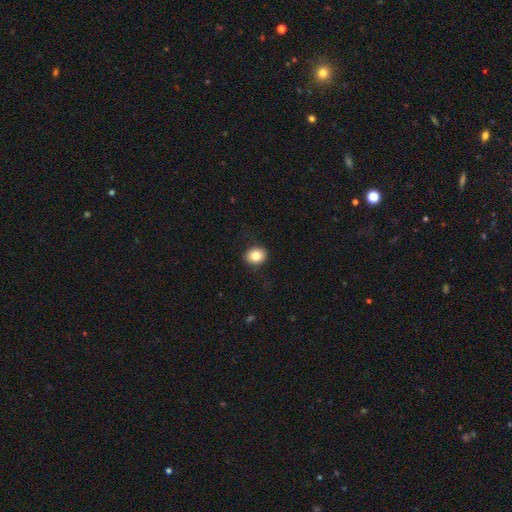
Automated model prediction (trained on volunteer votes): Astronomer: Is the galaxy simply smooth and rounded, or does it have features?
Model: smooth — 83%.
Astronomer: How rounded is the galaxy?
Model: round — 60% (runner-up: in between, 39%).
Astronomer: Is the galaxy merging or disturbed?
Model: none — 89%.